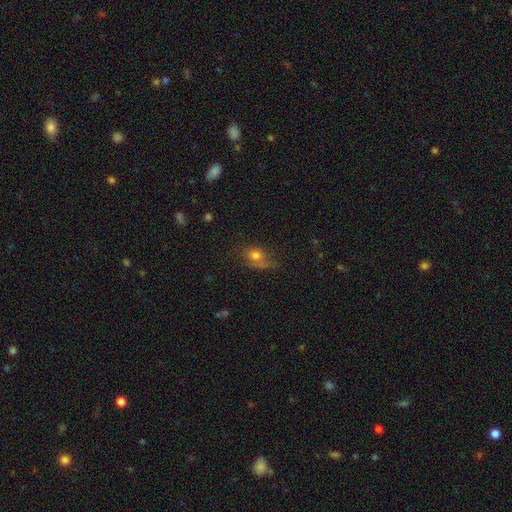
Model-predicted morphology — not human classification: type=smooth (68%); roundness=in between (54%); merging=none (44%).